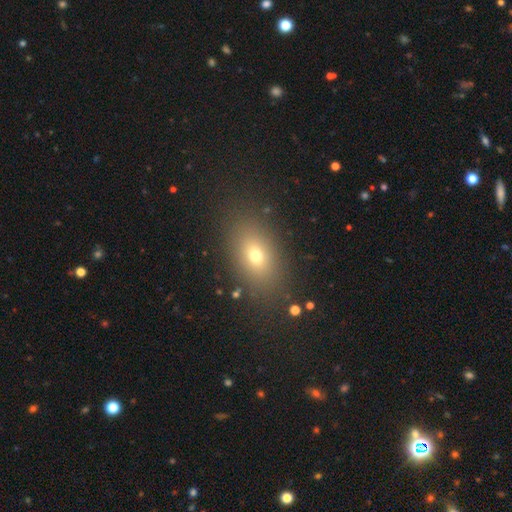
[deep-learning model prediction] This is likely a smooth galaxy (69%). How rounded: clearly in between (80%). Merging: clearly none (84%).